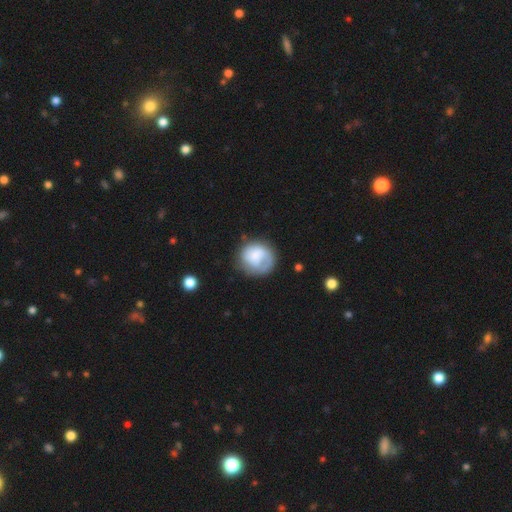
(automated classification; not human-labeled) smooth-or-featured: smooth: 58% | featured or disk: 36% | star or artifact: 7%
  how-rounded: round: 83% | in between: 16% | cigar-shaped: 1%
  merging: none: 60% | minor disturbance: 21% | major disturbance: 16% | merger: 3%